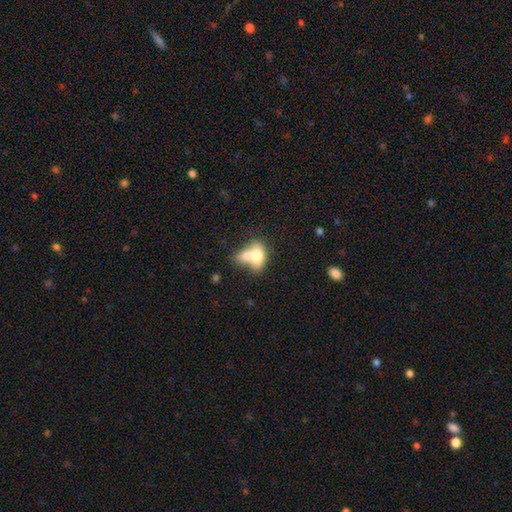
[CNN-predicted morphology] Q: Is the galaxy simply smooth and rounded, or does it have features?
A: smooth — 71%.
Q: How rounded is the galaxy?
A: in between — 82%.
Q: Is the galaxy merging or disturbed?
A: merger — 71%.